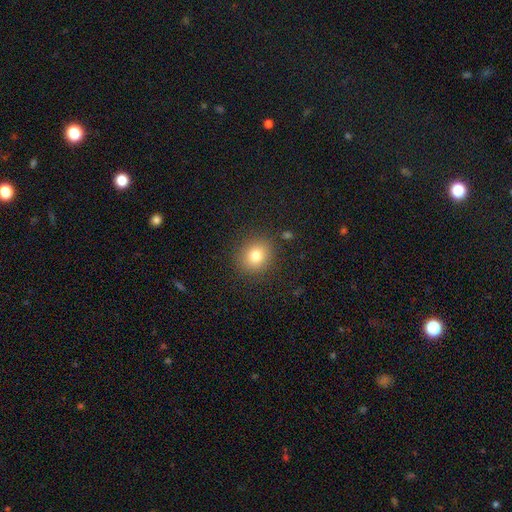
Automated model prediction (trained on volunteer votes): The model was most divided on "how rounded": round: 79%, in between: 20%, cigar-shaped: 1%. More confident: merging — none (87%); smooth or featured — smooth (79%).